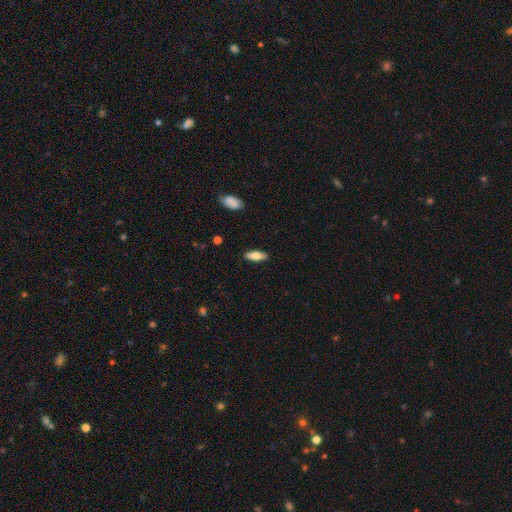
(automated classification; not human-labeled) Morphology: type=smooth (72%); roundness=in between (69%); merging=none (88%).